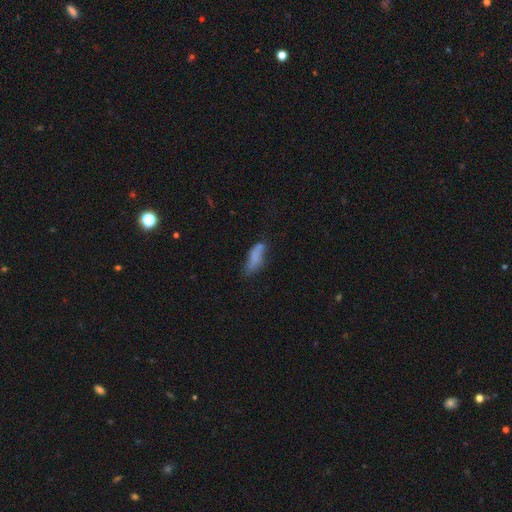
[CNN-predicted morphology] Smooth or featured? Predicted: smooth (p=0.74). How rounded? Predicted: in between (p=0.59). Merging? Predicted: none (p=0.48).